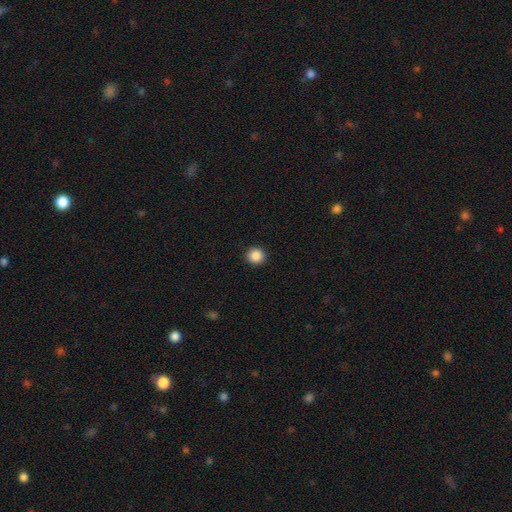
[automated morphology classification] smooth-or-featured: smooth: 88% | star or artifact: 9% | featured or disk: 3%
  how-rounded: round: 92% | in between: 7% | cigar-shaped: 1%
  merging: none: 93% | minor disturbance: 5% | major disturbance: 2% | merger: 1%